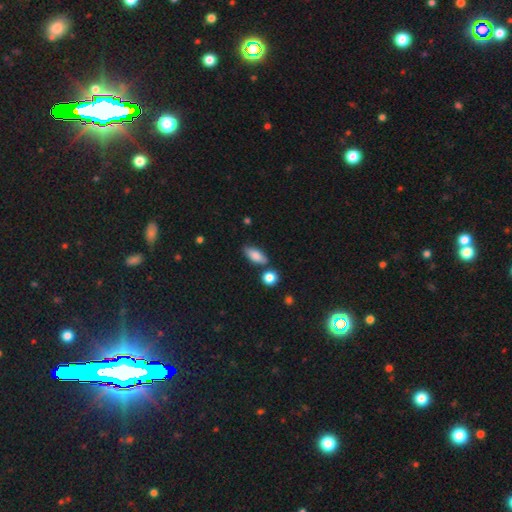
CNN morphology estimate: Smooth or featured? Predicted: smooth (p=0.83). How rounded? Predicted: in between (p=0.80). Merging? Predicted: none (p=0.70).